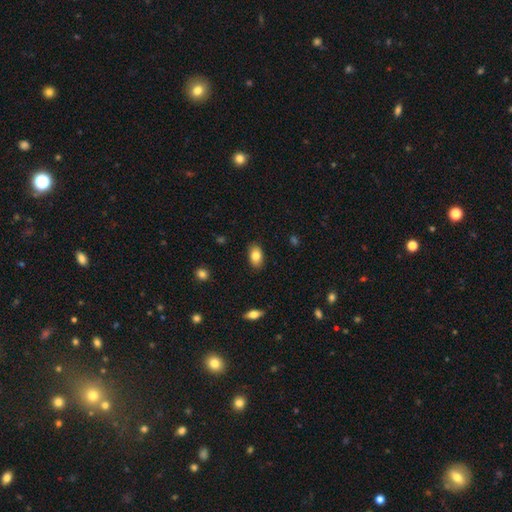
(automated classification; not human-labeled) Smooth or featured?
  - smooth: 82% *
  - featured or disk: 10%
  - star or artifact: 8%
How rounded?
  - in between: 90% *
  - round: 8%
  - cigar-shaped: 2%
Merging?
  - none: 86% *
  - minor disturbance: 10%
  - major disturbance: 2%
  - merger: 1%